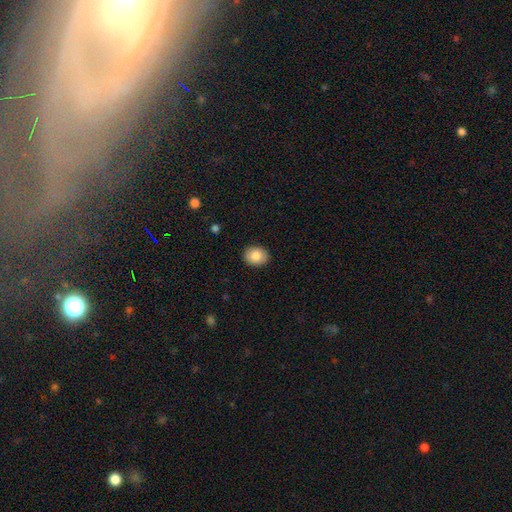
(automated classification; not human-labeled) Smooth or featured?
  - smooth: 83% *
  - featured or disk: 9%
  - star or artifact: 8%
How rounded?
  - round: 51% *
  - in between: 48%
  - cigar-shaped: 1%
Merging?
  - none: 90% *
  - minor disturbance: 7%
  - major disturbance: 2%
  - merger: 1%